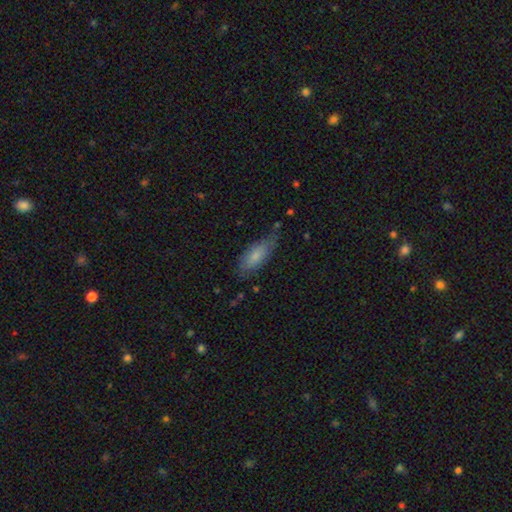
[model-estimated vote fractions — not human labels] smooth-or-featured: smooth: 75% | featured or disk: 19% | star or artifact: 6%
  how-rounded: in between: 72% | cigar-shaped: 26% | round: 2%
  merging: none: 62% | minor disturbance: 28% | major disturbance: 7% | merger: 3%